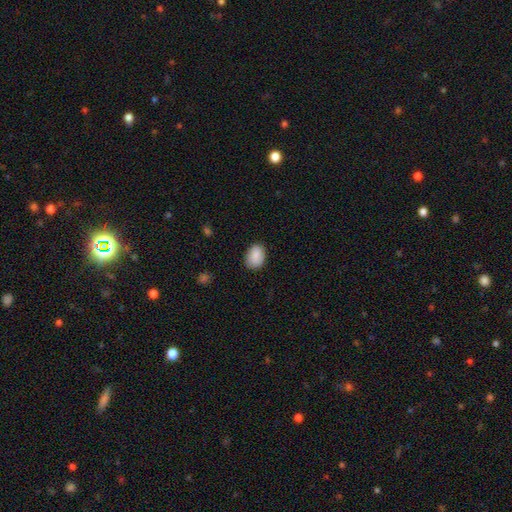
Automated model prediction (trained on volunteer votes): Smooth or featured: smooth — 88% (star or artifact — 7%)
How rounded: in between — 78% (round — 21%)
Merging: none — 83% (minor disturbance — 13%)